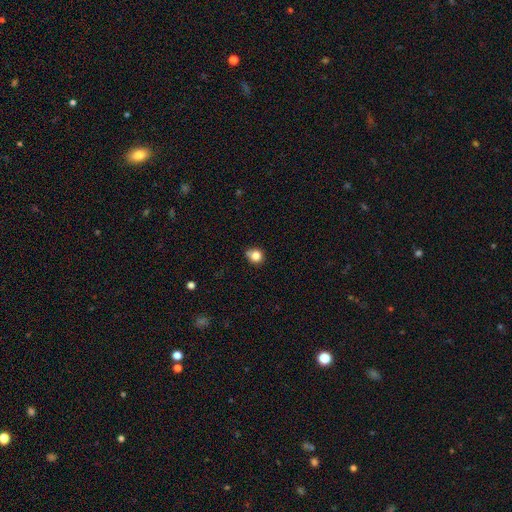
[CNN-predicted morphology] This is clearly a smooth galaxy (82%). How rounded: likely round (78%). Merging: likely none (63%).